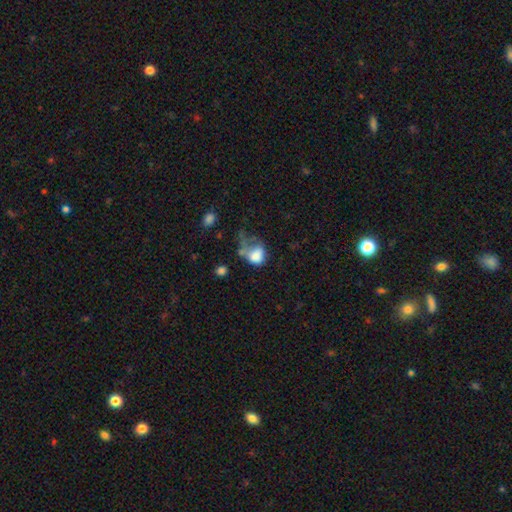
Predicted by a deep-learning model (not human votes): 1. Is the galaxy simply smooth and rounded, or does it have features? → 70% smooth, 20% featured or disk, 10% star or artifact.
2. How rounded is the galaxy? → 60% in between, 39% round, 1% cigar-shaped.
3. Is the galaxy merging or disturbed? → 46% major disturbance, 20% minor disturbance, 17% none, 16% merger.